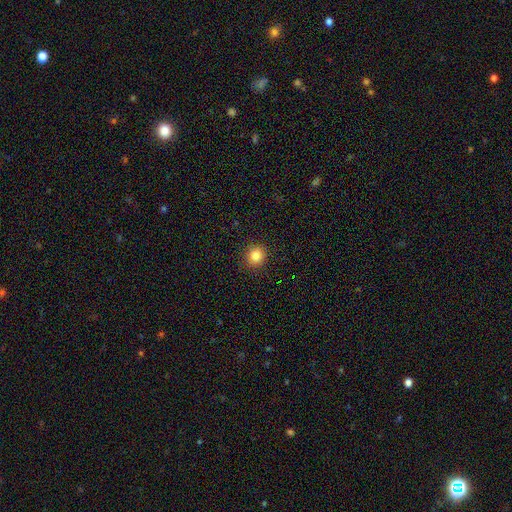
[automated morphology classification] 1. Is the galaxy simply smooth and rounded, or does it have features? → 84% smooth, 11% star or artifact, 4% featured or disk.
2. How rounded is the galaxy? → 90% round, 9% in between, 1% cigar-shaped.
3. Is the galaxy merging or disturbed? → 91% none, 6% minor disturbance, 2% major disturbance, 1% merger.